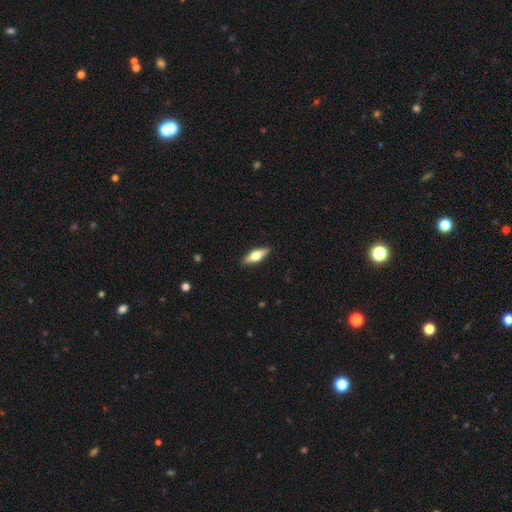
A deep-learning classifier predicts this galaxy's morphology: Smooth or featured: smooth — 48% (featured or disk — 46%)
Merging: none — 90% (minor disturbance — 7%)